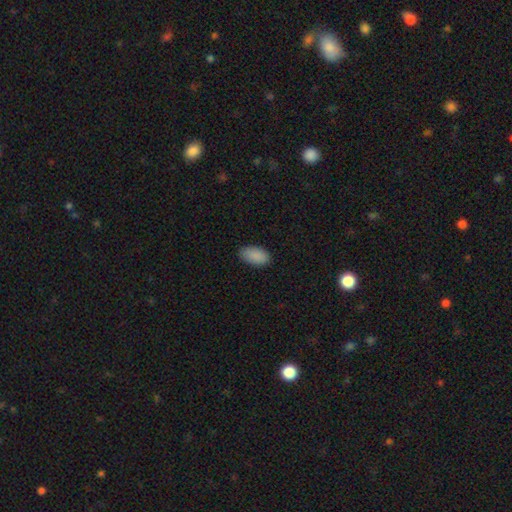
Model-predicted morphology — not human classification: smooth-or-featured: smooth: 90% | star or artifact: 7% | featured or disk: 3%
  how-rounded: in between: 95% | round: 4% | cigar-shaped: 2%
  merging: none: 85% | minor disturbance: 12% | major disturbance: 2% | merger: 1%